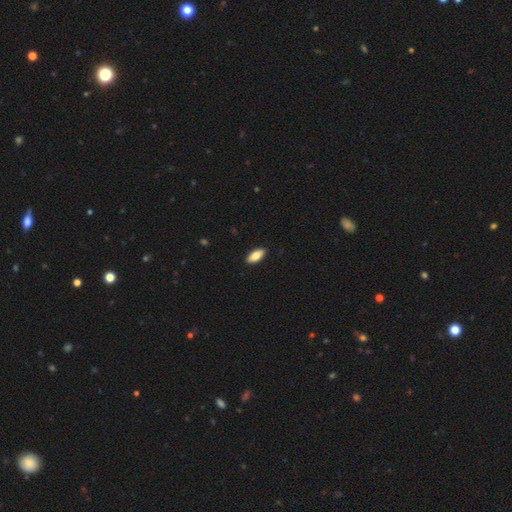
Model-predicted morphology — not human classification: The model was most divided on "smooth or featured": smooth: 82%, featured or disk: 12%, star or artifact: 6%. More confident: merging — none (90%); how rounded — in between (88%).